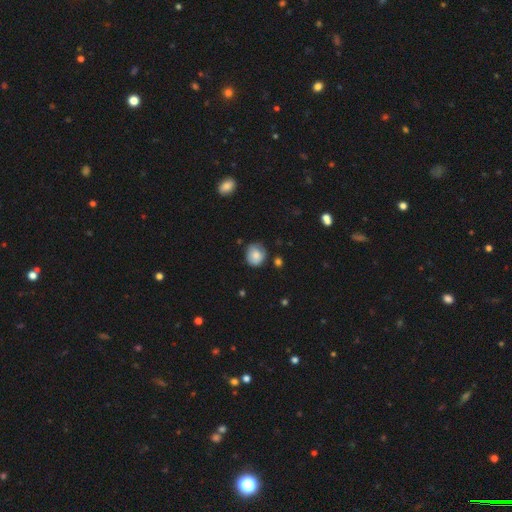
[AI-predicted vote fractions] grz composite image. It shows a smooth galaxy with no disk features (75%) that is round (70%). Merging: none (65%).